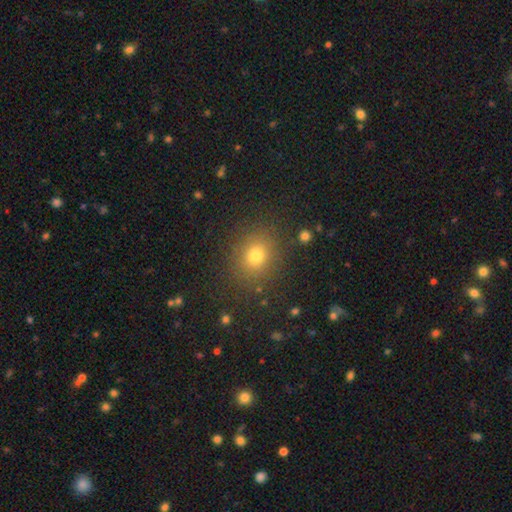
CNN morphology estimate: type=smooth (75%); roundness=round (69%); merging=none (86%).